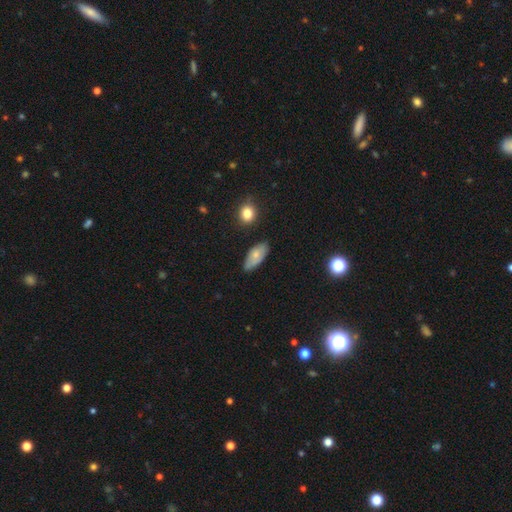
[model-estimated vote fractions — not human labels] Smooth or featured? Predicted: smooth (p=0.69). How rounded? Predicted: in between (p=0.88). Merging? Predicted: none (p=0.65).